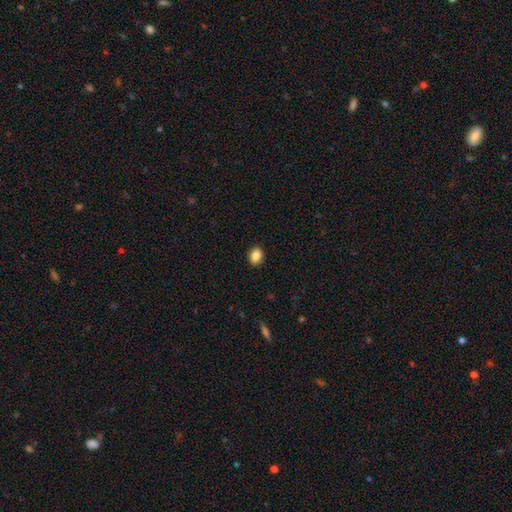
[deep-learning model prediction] Smooth or featured: smooth — 86% (star or artifact — 9%)
How rounded: in between — 54% (round — 45%)
Merging: none — 91% (minor disturbance — 6%)